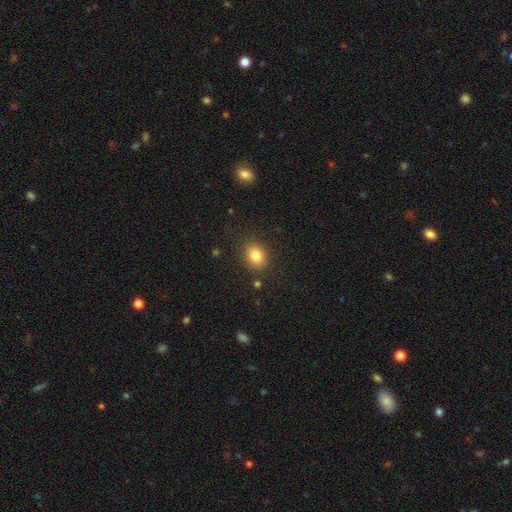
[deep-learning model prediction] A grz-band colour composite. It shows a smooth galaxy with no disk features (82%) that is in between round and cigar-shaped (55%). Merging: none (85%).